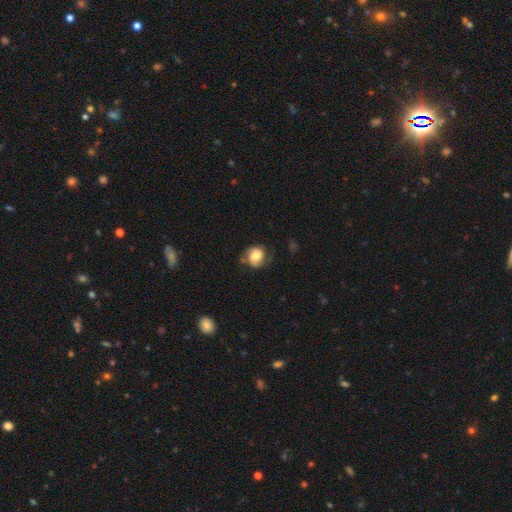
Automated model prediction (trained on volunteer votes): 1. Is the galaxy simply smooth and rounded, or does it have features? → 55% smooth, 37% featured or disk, 9% star or artifact.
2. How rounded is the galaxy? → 73% round, 26% in between, 1% cigar-shaped.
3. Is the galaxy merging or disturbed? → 57% none, 28% minor disturbance, 13% major disturbance, 2% merger.